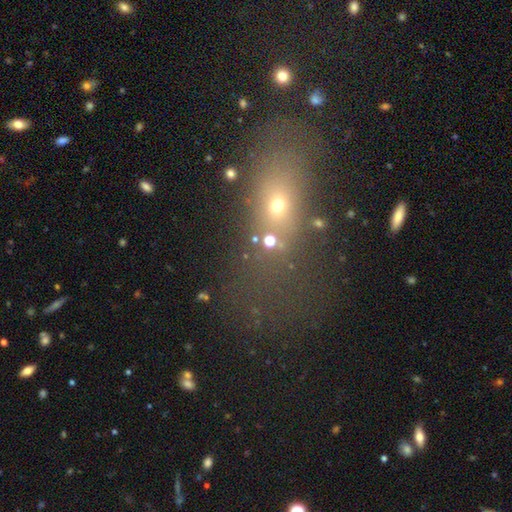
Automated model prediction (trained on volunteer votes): Smooth or featured? Predicted: smooth (p=0.44). Merging? Predicted: none (p=0.44).